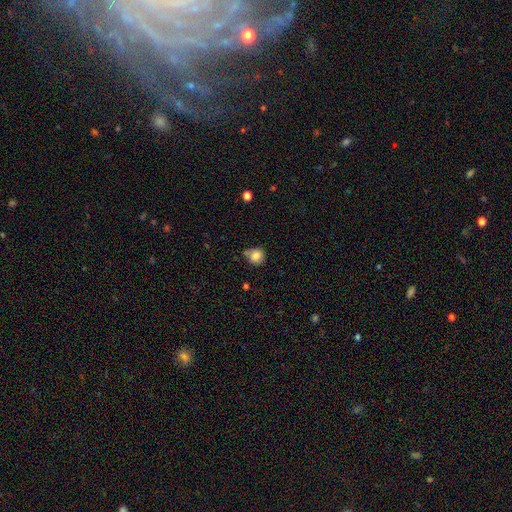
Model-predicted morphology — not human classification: Smooth or featured?
  - smooth: 82% *
  - star or artifact: 10%
  - featured or disk: 8%
How rounded?
  - round: 80% *
  - in between: 19%
  - cigar-shaped: 1%
Merging?
  - none: 57% *
  - minor disturbance: 27%
  - merger: 10%
  - major disturbance: 6%